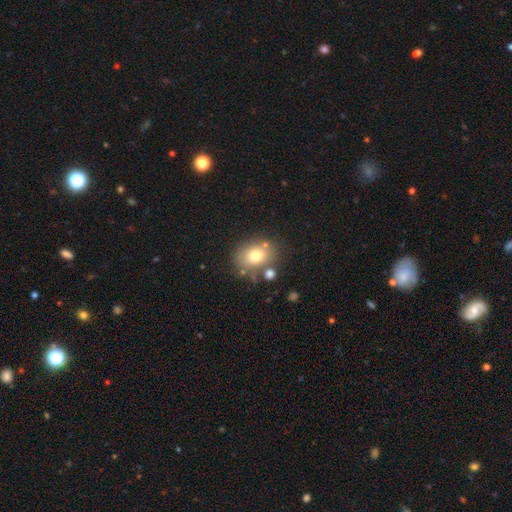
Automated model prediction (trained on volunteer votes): Morphology: type=smooth (73%); roundness=in between (58%); merging=none (69%).